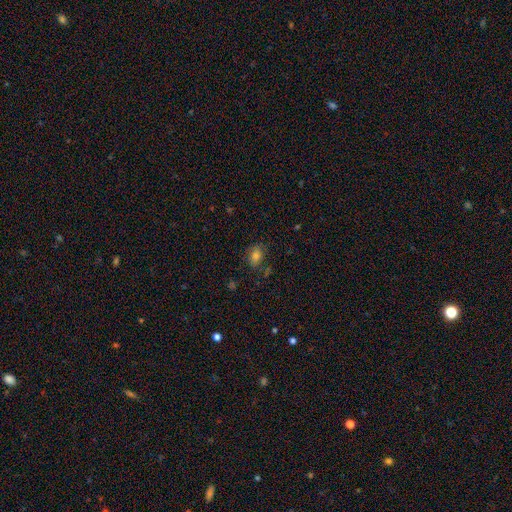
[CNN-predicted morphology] Smooth or featured: smooth — 73% (star or artifact — 17%)
How rounded: in between — 75% (round — 23%)
Merging: none — 74% (minor disturbance — 17%)